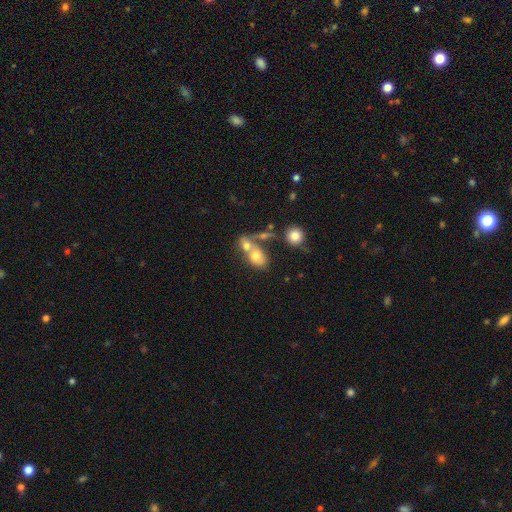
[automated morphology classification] This is likely a smooth galaxy (68%). How rounded: likely in between (71%). Merging: likely merger (60%).